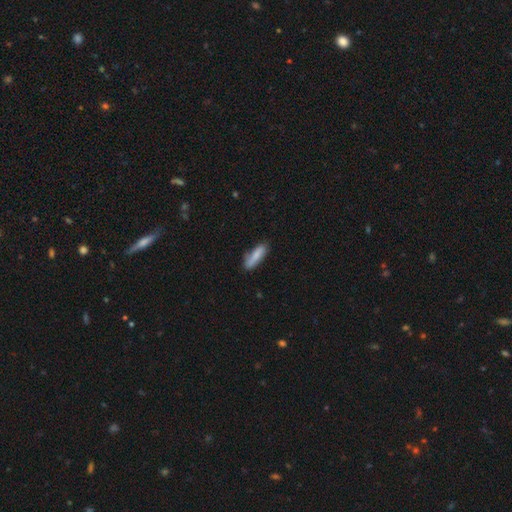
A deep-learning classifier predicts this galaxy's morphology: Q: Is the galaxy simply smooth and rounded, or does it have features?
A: smooth — 81%.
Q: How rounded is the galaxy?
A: cigar-shaped — 60%.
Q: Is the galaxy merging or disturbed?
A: none — 71%.